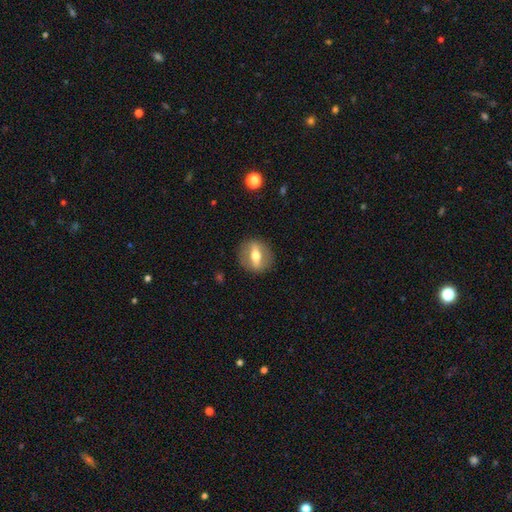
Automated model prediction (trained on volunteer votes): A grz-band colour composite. It shows a featured or disk galaxy (59%). Merging: none (87%).